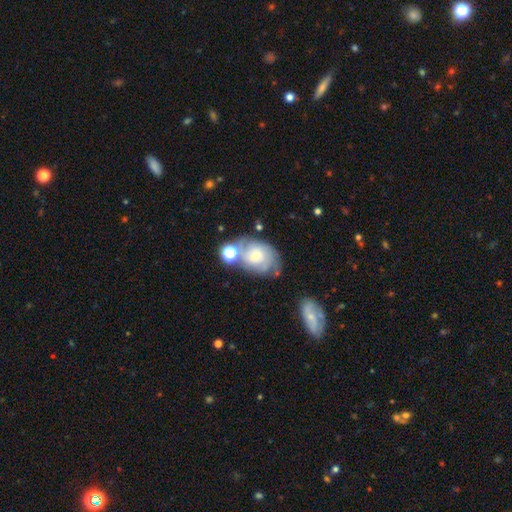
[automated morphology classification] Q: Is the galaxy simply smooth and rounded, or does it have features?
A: featured or disk — 58%.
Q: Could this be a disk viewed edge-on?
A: no — 96%.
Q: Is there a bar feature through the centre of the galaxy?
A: no — 73%.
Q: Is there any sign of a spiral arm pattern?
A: yes — 79%.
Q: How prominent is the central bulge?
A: small — 60%.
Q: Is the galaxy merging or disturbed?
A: none — 43%.